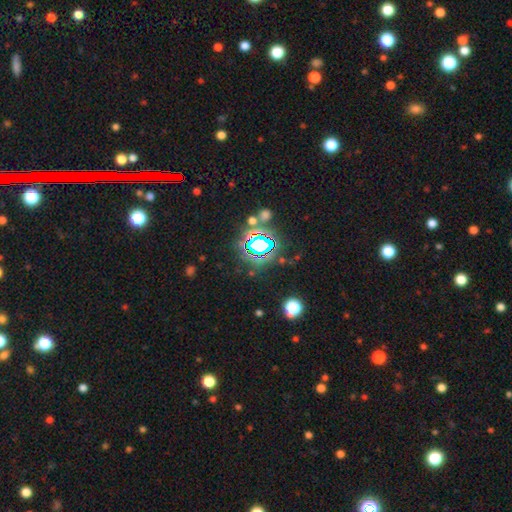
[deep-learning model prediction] A star or artifact, not a galaxy (80%).

Vote fractions:
- Smooth or featured? star or artifact: 80% / smooth: 12% / featured or disk: 8%